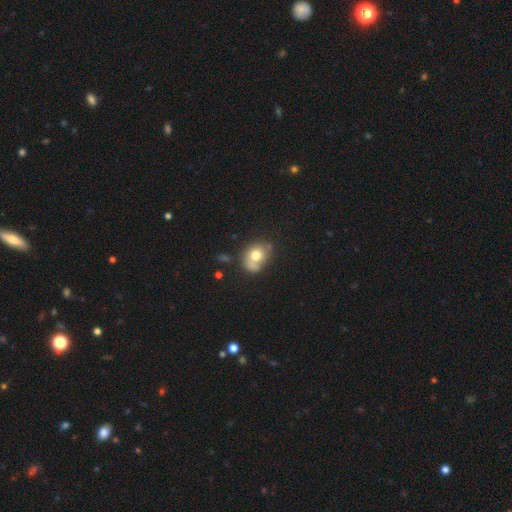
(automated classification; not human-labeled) Overall: smooth (70%). How rounded: in between (50%; round 49%). Merging: none (44%; minor disturbance 27%).